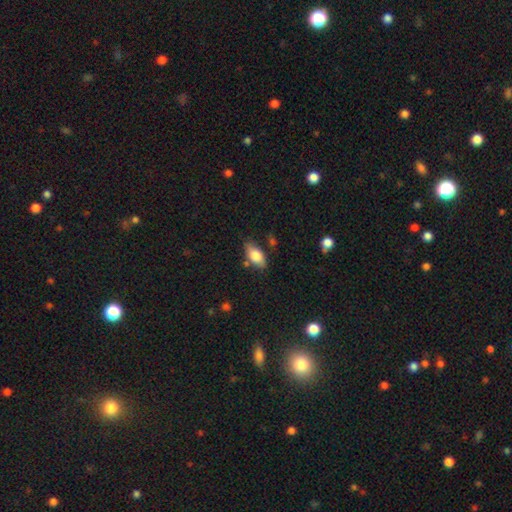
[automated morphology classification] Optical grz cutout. It shows a smooth galaxy with no disk features (79%) that is in between round and cigar-shaped (88%). Merging: none (75%).